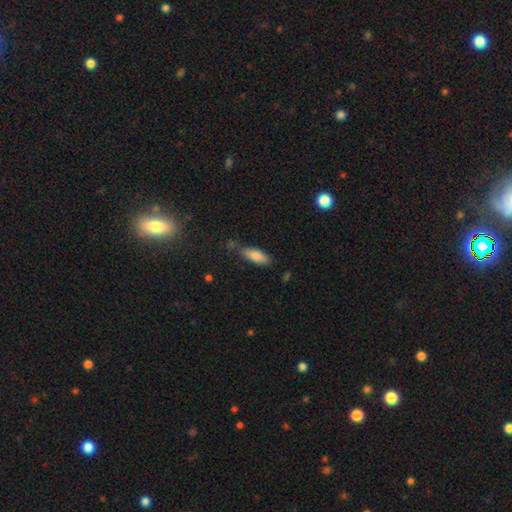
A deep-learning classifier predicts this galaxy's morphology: This is clearly a smooth galaxy (84%). How rounded: likely in between (68%). Merging: likely none (68%).